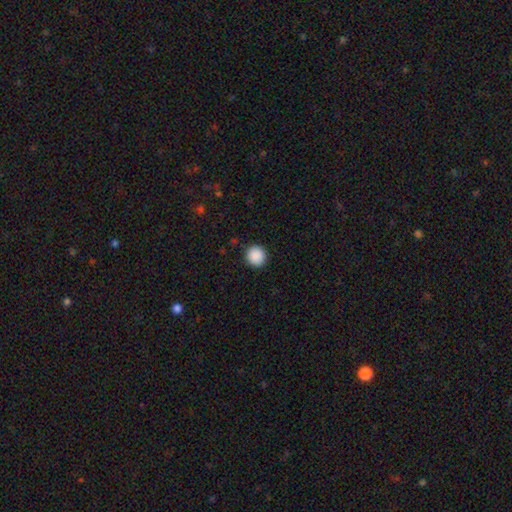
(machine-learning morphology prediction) The model was most divided on "smooth or featured": smooth: 89%, star or artifact: 9%, featured or disk: 2%. More confident: how rounded — round (93%); merging — none (91%).